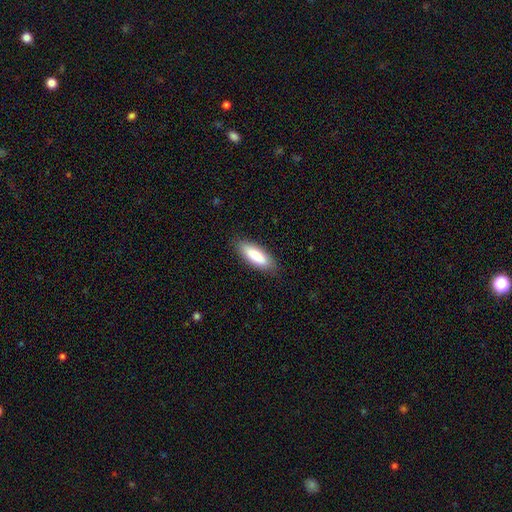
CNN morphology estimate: Overall: smooth (84%). How rounded: in between (60%; cigar-shaped 39%). Merging: none (86%).